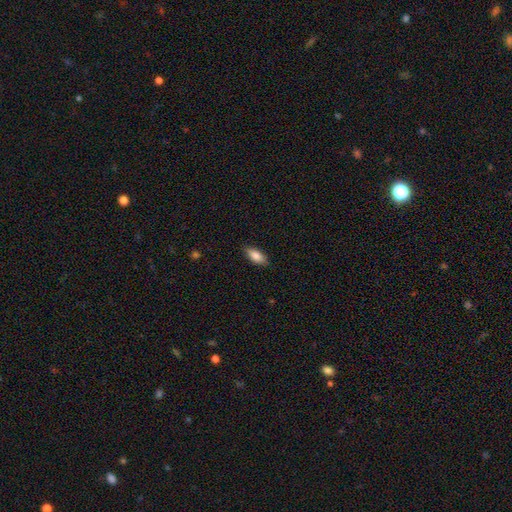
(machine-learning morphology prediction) Smooth or featured: smooth — 84% (featured or disk — 9%)
How rounded: in between — 83% (cigar-shaped — 15%)
Merging: none — 87% (minor disturbance — 10%)